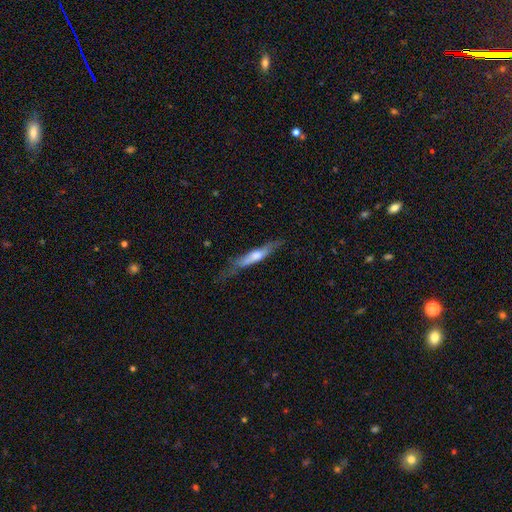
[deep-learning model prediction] A featured or disk galaxy (49%).

Vote fractions:
- Smooth or featured? featured or disk: 49% / smooth: 46% / star or artifact: 6%
- Merging? none: 61% / minor disturbance: 27% / major disturbance: 11% / merger: 2%